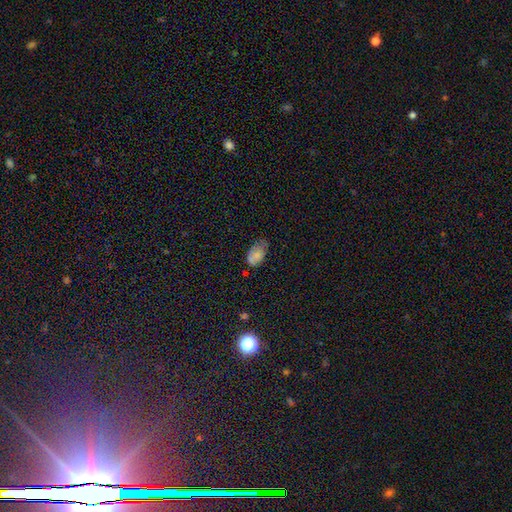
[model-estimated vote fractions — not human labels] A smooth galaxy with no disk features (76%) that is in between round and cigar-shaped (91%).

Vote fractions:
- Smooth or featured? smooth: 76% / featured or disk: 13% / star or artifact: 11%
- How rounded? in between: 91% / round: 8% / cigar-shaped: 2%
- Merging? none: 42% / minor disturbance: 40% / major disturbance: 13% / merger: 5%